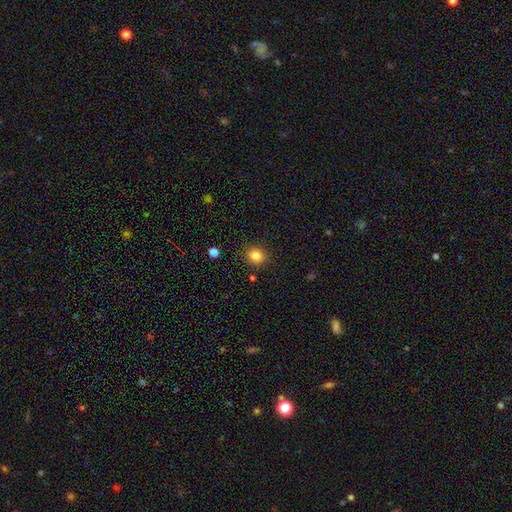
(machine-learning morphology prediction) Smooth or featured? smooth (83%)
How rounded? round (80%)
Merging? none (88%)